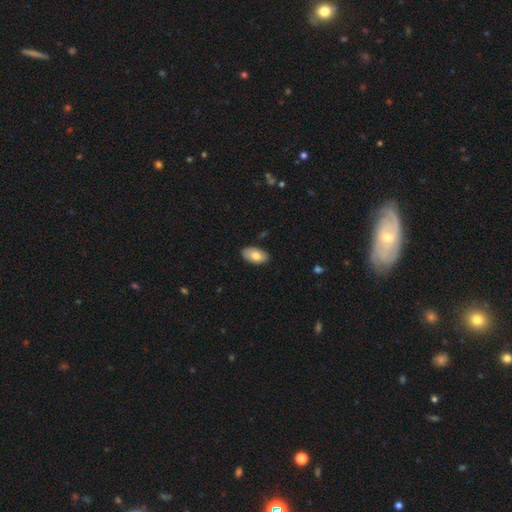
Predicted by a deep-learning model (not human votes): Smooth or featured? smooth (76%)
How rounded? in between (95%)
Merging? none (87%)